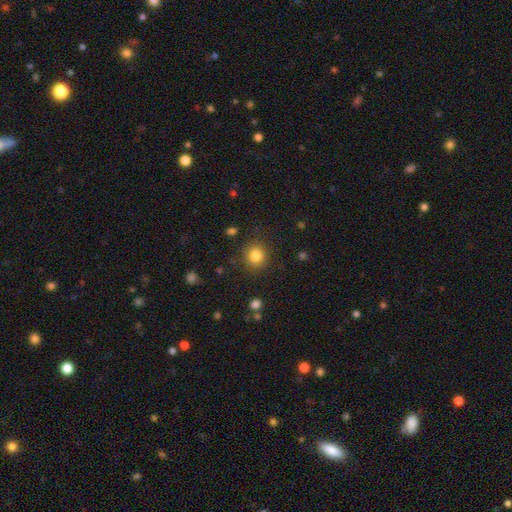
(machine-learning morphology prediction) smooth_or_featured: smooth (p=0.83) [alt: star or artifact p=0.11]
how_rounded: round (p=0.91) [alt: in between p=0.08]
merging: none (p=0.87) [alt: minor disturbance p=0.08]